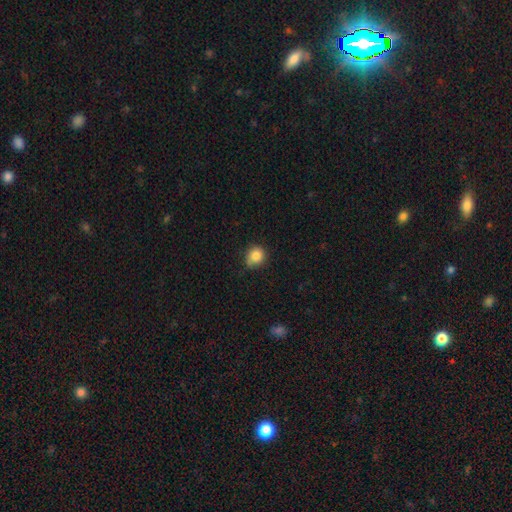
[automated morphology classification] Overall: smooth (85%). How rounded: round (84%). Merging: none (70%).